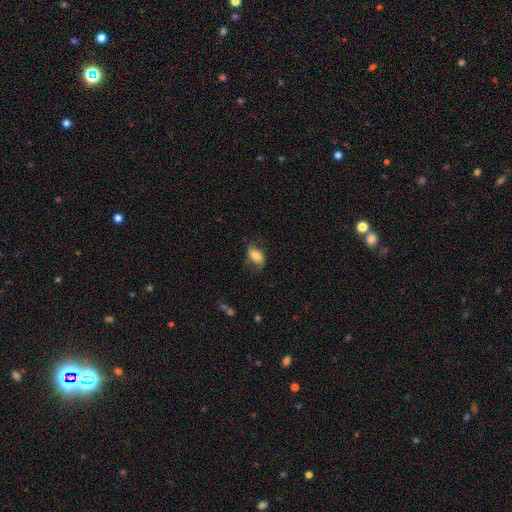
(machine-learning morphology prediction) Smooth or featured? smooth (76%)
How rounded? in between (89%)
Merging? none (62%)